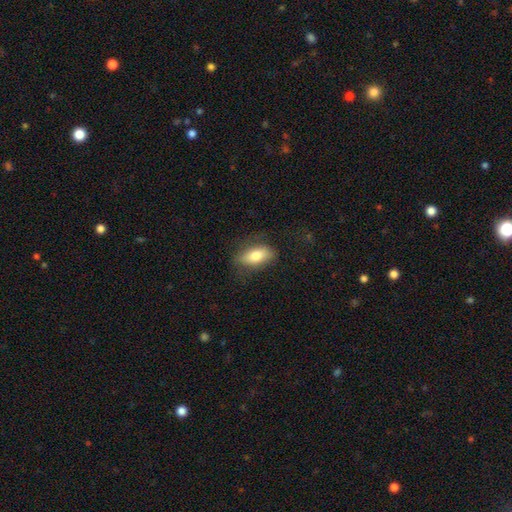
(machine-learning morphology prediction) A smooth galaxy with no disk features (77%) that is in between round and cigar-shaped (86%). Merging: none (76%).